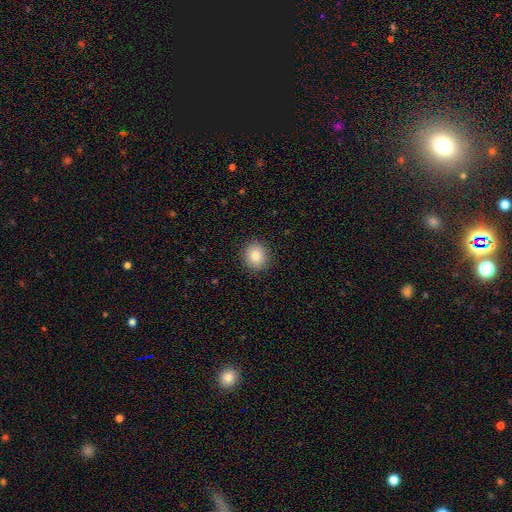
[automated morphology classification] Q: Smooth or featured?
A: smooth (87%); runner-up: star or artifact (9%)
Q: How rounded?
A: round (80%); runner-up: in between (19%)
Q: Merging?
A: none (91%); runner-up: minor disturbance (6%)